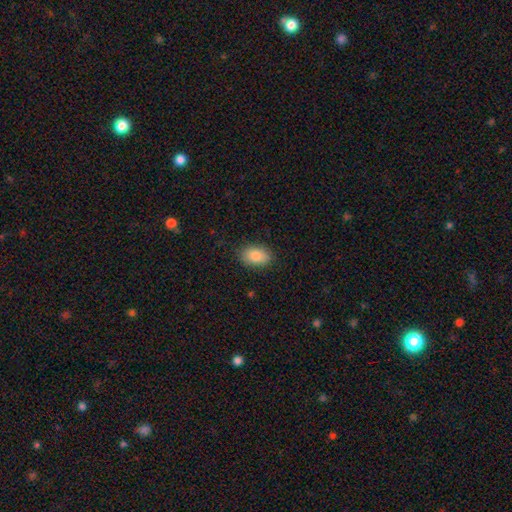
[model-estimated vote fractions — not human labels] The model was most divided on "merging": none: 85%, minor disturbance: 11%, major disturbance: 3%, merger: 1%. More confident: how rounded — in between (87%); smooth or featured — smooth (84%).